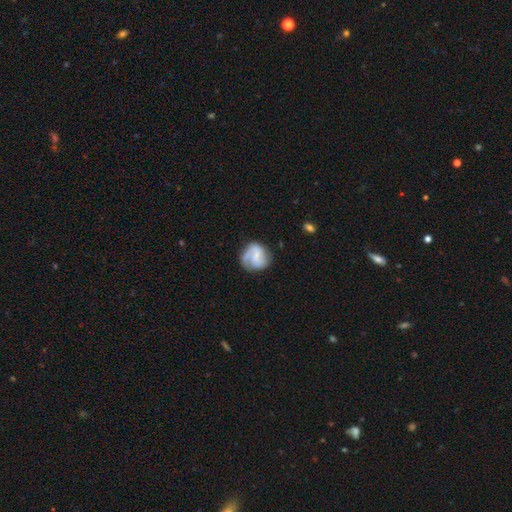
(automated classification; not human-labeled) Overall: featured or disk (64%; smooth 30%). Edge-on disk: no (98%). Bar: weak (44%; no 42%). Spiral arms: yes (89%). Spiral arm count: 2 (59%). Spiral winding: medium (44%; tight 29%). Bulge size: small (51%; moderate 23%). Merging: none (62%; minor disturbance 23%).